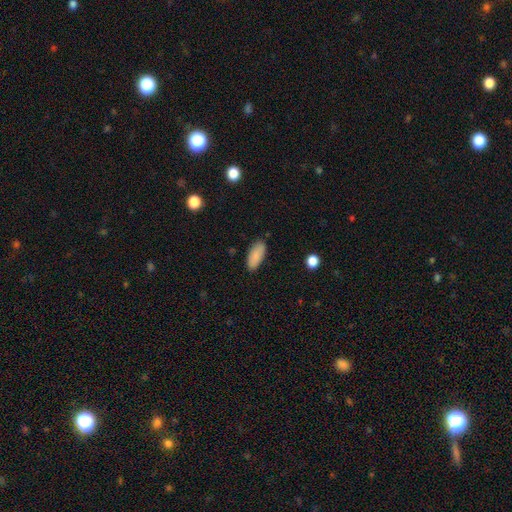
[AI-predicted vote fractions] A smooth galaxy with no disk features (87%) that is in between round and cigar-shaped (85%). Merging: none (86%).